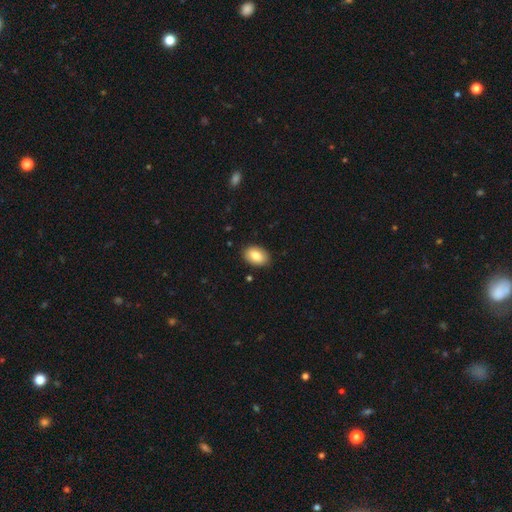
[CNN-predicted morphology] A smooth galaxy with no disk features (84%) that is in between round and cigar-shaped (87%). Merging: none (87%).